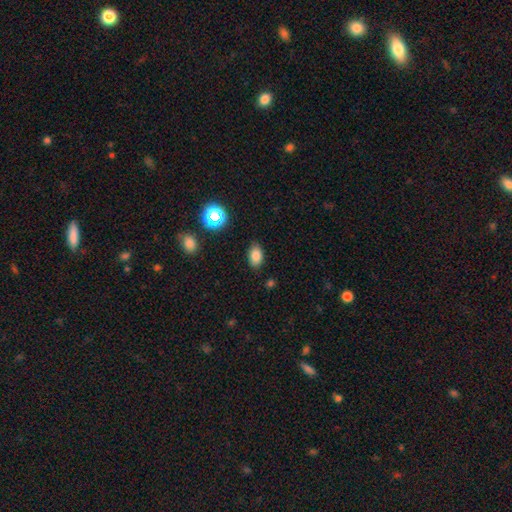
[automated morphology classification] smooth-or-featured: smooth: 81% | star or artifact: 12% | featured or disk: 6%
  how-rounded: in between: 86% | round: 13% | cigar-shaped: 1%
  merging: none: 84% | minor disturbance: 11% | major disturbance: 3% | merger: 2%